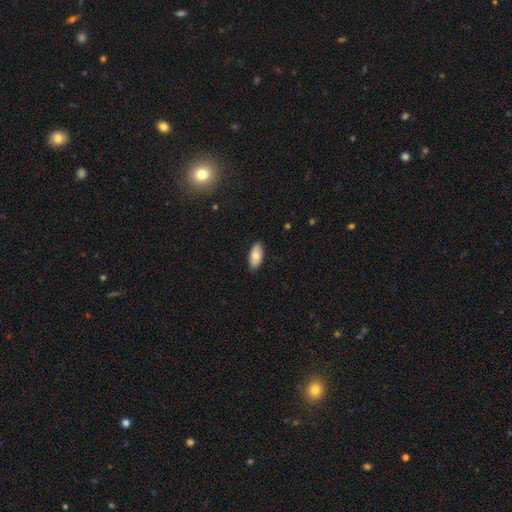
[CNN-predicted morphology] Smooth or featured? Predicted: smooth (p=0.75). How rounded? Predicted: in between (p=0.92). Merging? Predicted: none (p=0.85).